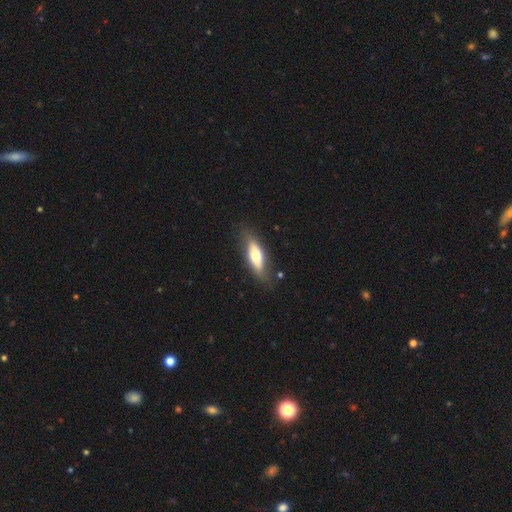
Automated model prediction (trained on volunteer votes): This appears to be a smooth galaxy with no disk features (59%) that is in between round and cigar-shaped (60%). Merging: none (76%).